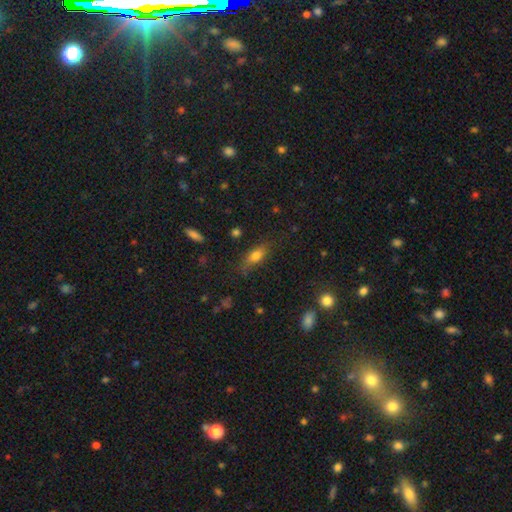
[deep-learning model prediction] Smooth or featured: smooth — 73% (featured or disk — 16%)
How rounded: in between — 70% (cigar-shaped — 25%)
Merging: none — 73% (minor disturbance — 18%)